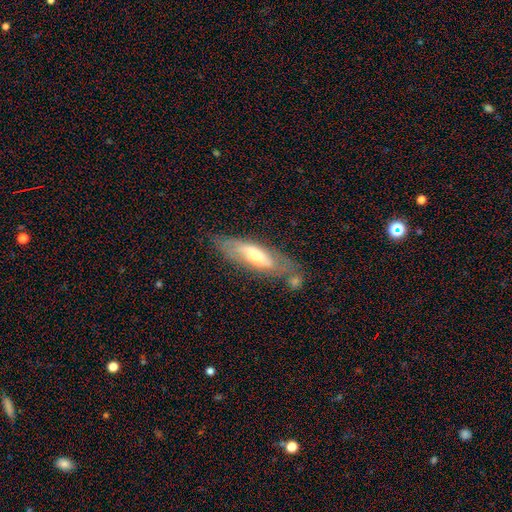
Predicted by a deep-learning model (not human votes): A featured or disk galaxy (56%). Merging: none (62%).